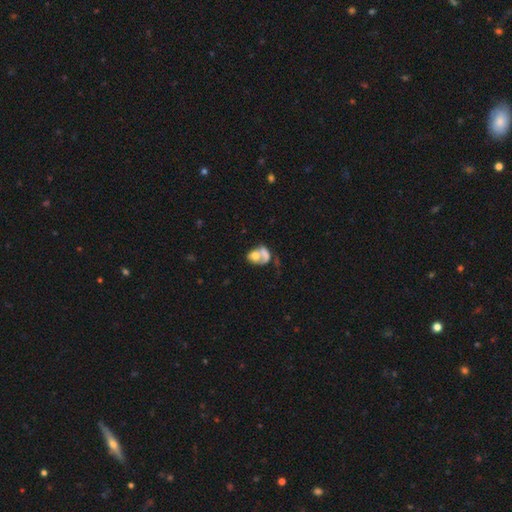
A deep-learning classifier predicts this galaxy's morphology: Q: Smooth or featured?
A: smooth (54%); runner-up: featured or disk (36%)
Q: How rounded?
A: in between (62%); runner-up: round (36%)
Q: Merging?
A: merger (61%); runner-up: none (18%)